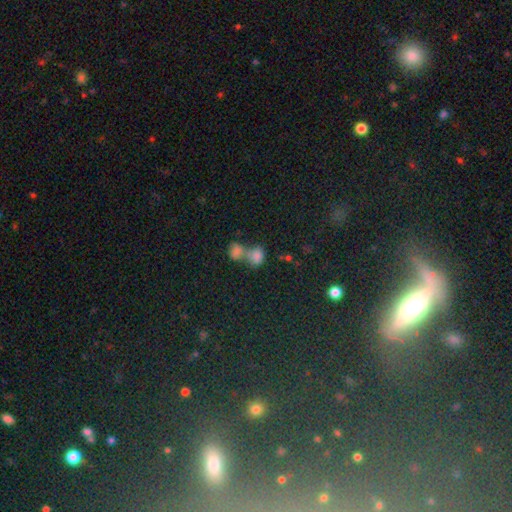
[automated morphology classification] Q: Smooth or featured?
A: smooth (71%); runner-up: star or artifact (18%)
Q: How rounded?
A: in between (60%); runner-up: round (38%)
Q: Merging?
A: merger (64%); runner-up: none (24%)